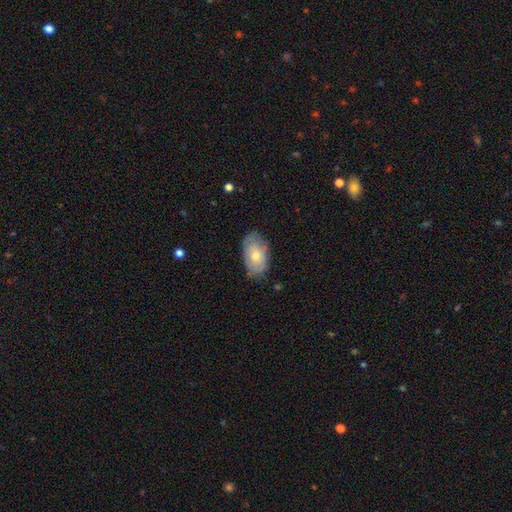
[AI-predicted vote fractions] smooth_or_featured: smooth (p=0.56) [alt: featured or disk p=0.37]
how_rounded: in between (p=0.92) [alt: round p=0.06]
merging: none (p=0.76) [alt: minor disturbance p=0.19]